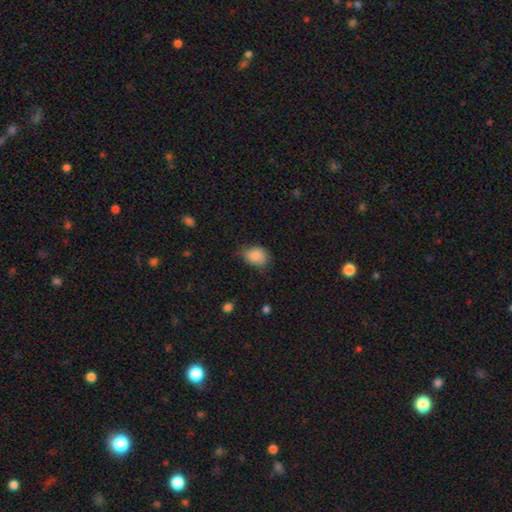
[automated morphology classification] type=smooth (85%); roundness=in between (63%); merging=none (56%).